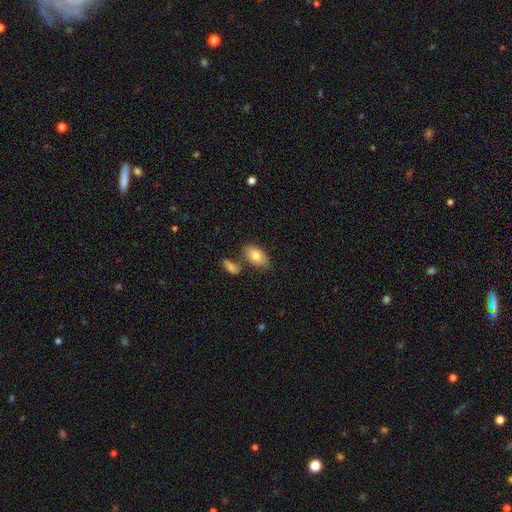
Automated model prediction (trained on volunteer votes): Q: Smooth or featured?
A: smooth (77%); runner-up: featured or disk (16%)
Q: How rounded?
A: in between (91%); runner-up: round (7%)
Q: Merging?
A: none (63%); runner-up: minor disturbance (17%)